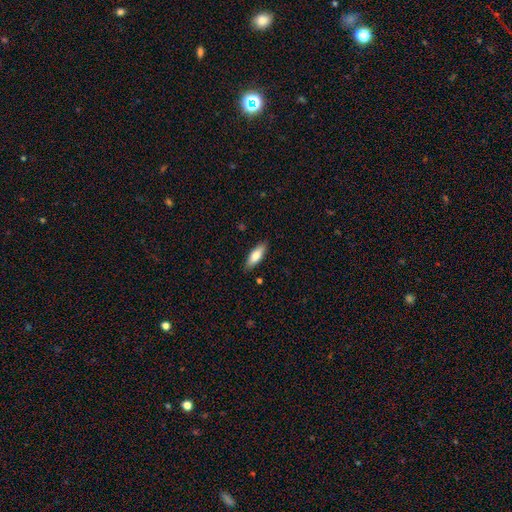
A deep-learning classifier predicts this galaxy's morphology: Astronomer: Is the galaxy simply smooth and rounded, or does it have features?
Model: smooth — 77%.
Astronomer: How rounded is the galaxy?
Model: in between — 63%.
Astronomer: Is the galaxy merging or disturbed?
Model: none — 87%.